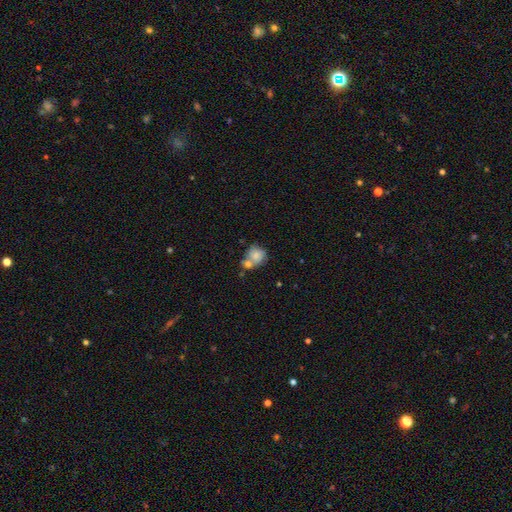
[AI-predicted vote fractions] This appears to be a smooth galaxy with no disk features (69%) that is round (75%). Merging: merger (42%).